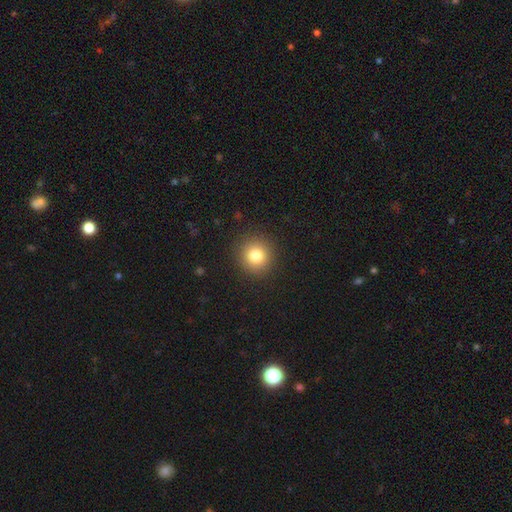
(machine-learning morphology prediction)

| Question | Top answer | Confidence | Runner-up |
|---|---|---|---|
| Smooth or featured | smooth | 81% | star or artifact (12%) |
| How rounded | round | 93% | in between (6%) |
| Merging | none | 91% | minor disturbance (6%) |